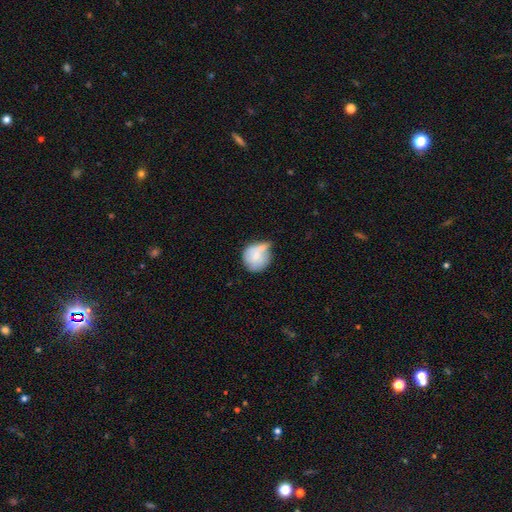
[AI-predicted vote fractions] smooth-or-featured: smooth: 73% | featured or disk: 20% | star or artifact: 7%
  how-rounded: round: 85% | in between: 14% | cigar-shaped: 1%
  merging: none: 37% | merger: 29% | minor disturbance: 24% | major disturbance: 9%